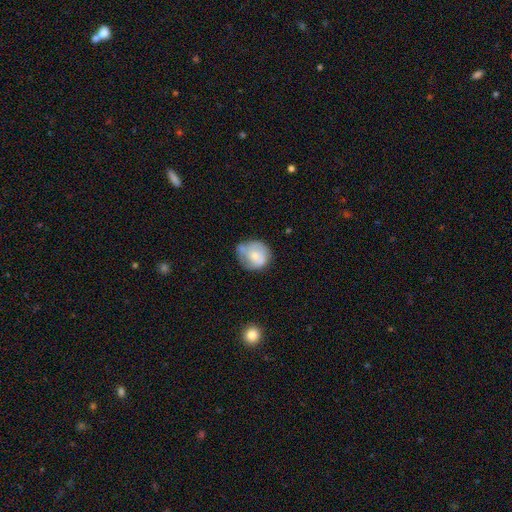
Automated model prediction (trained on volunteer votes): A smooth galaxy with no disk features (53%) that is round (79%).

Vote fractions:
- Smooth or featured? smooth: 53% / featured or disk: 40% / star or artifact: 7%
- How rounded? round: 79% / in between: 20% / cigar-shaped: 1%
- Merging? none: 47% / minor disturbance: 30% / major disturbance: 12% / merger: 10%